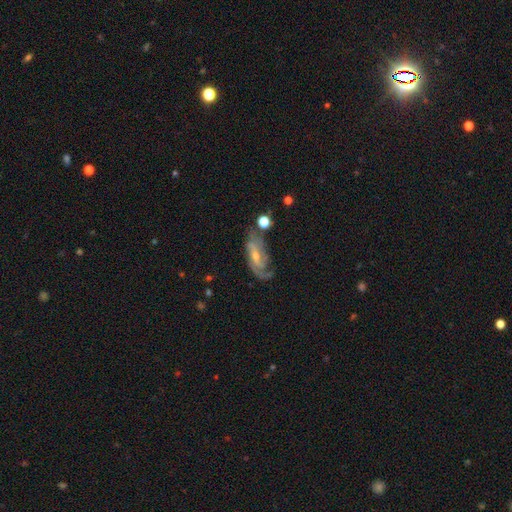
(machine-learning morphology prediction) Smooth or featured: featured or disk — 77% (smooth — 15%)
Edge-on disk: no — 89% (yes — 11%)
Bar: no — 44% (weak — 41%)
Spiral arms: yes — 89% (no — 11%)
Spiral winding: tight — 43% (medium — 39%)
Spiral arm count: 2 — 45% (can't tell — 28%)
Bulge size: small — 57% (moderate — 38%)
Merging: none — 60% (minor disturbance — 21%)